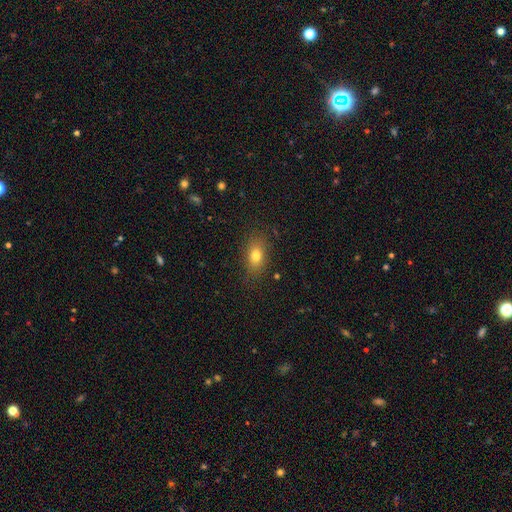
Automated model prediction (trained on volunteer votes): Smooth or featured? smooth (78%)
How rounded? in between (79%)
Merging? none (83%)